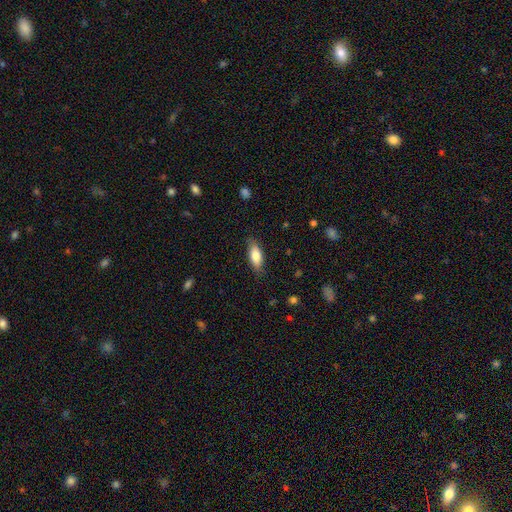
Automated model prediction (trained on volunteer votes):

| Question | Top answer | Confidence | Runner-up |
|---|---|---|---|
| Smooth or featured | smooth | 77% | featured or disk (16%) |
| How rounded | in between | 76% | cigar-shaped (21%) |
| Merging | none | 81% | minor disturbance (15%) |